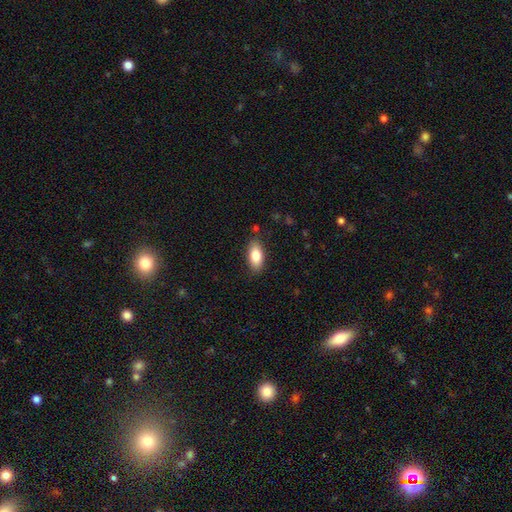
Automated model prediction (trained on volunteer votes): This appears to be a smooth galaxy with no disk features (83%) that is in between round and cigar-shaped (88%). Merging: none (84%).